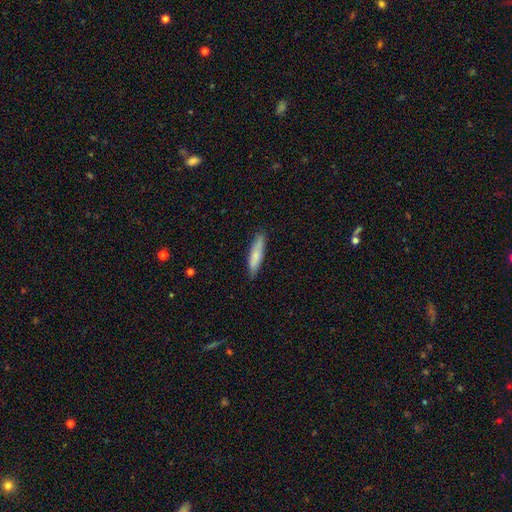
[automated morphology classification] A smooth galaxy with no disk features (74%) that is cigar-shaped (80%). Merging: none (83%).